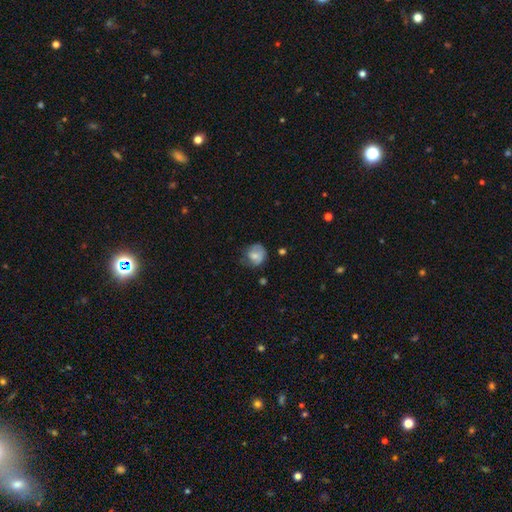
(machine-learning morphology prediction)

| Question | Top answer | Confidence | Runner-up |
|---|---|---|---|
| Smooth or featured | smooth | 66% | featured or disk (26%) |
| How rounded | round | 71% | in between (28%) |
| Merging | none | 50% | minor disturbance (33%) |